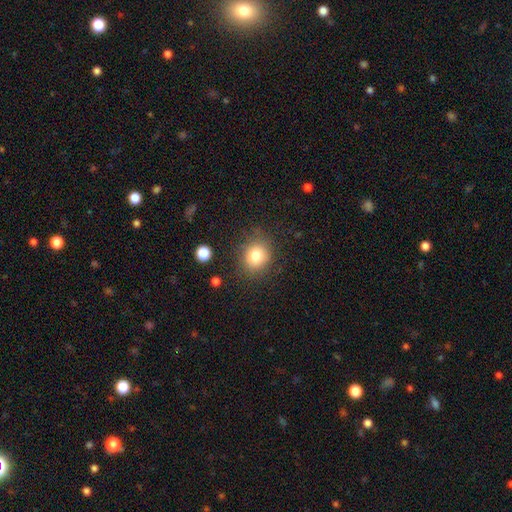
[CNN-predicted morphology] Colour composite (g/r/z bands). It shows a smooth galaxy with no disk features (80%) that is round (74%). Merging: none (81%).